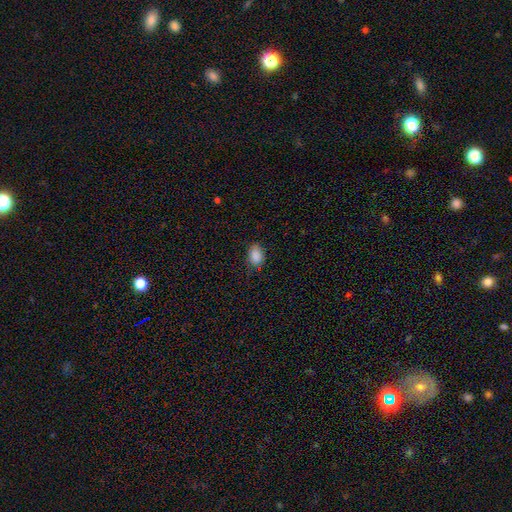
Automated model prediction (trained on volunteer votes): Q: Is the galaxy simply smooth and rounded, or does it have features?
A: smooth — 88%.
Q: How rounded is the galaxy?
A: in between — 81%.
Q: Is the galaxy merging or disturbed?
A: none — 78%.